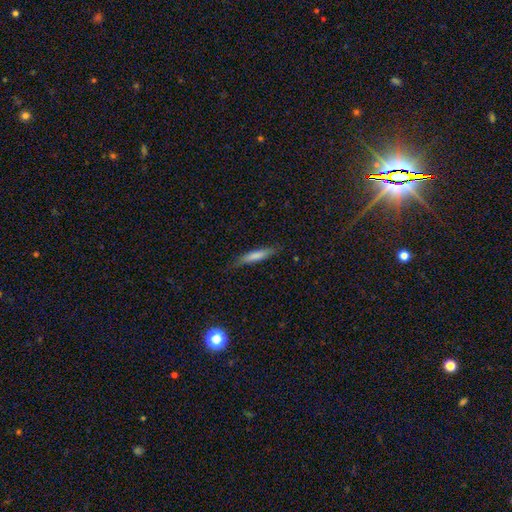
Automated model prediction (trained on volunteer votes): Q: Smooth or featured?
A: smooth (75%); runner-up: featured or disk (19%)
Q: How rounded?
A: cigar-shaped (85%); runner-up: in between (13%)
Q: Merging?
A: none (81%); runner-up: minor disturbance (15%)